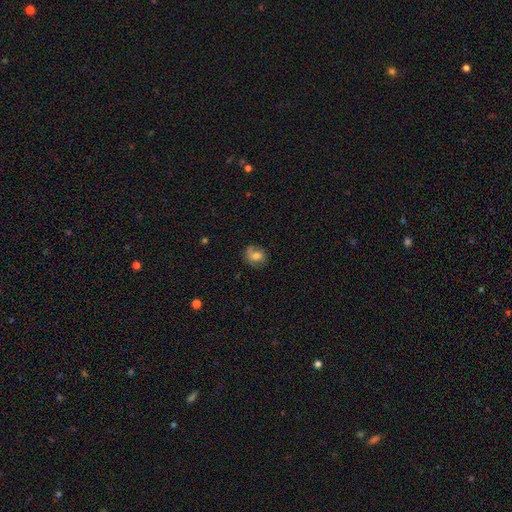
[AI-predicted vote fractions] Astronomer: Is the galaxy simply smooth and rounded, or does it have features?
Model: smooth — 65%.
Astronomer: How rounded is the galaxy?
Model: round — 59% (runner-up: in between, 40%).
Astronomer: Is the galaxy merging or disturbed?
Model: none — 65%.